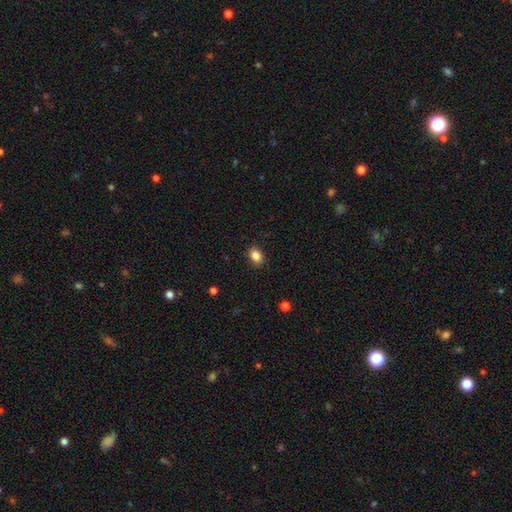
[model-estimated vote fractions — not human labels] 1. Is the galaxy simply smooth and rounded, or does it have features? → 86% smooth, 9% star or artifact, 5% featured or disk.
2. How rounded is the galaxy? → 75% in between, 24% round, 1% cigar-shaped.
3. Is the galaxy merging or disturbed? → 88% none, 9% minor disturbance, 2% major disturbance, 1% merger.